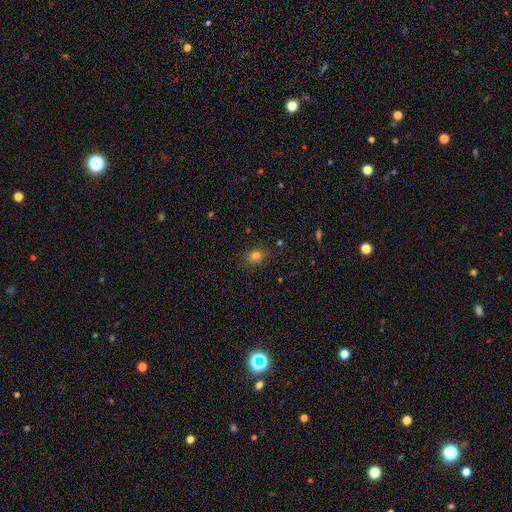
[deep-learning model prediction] Smooth or featured?
  - smooth: 79% *
  - star or artifact: 14%
  - featured or disk: 6%
How rounded?
  - round: 50% *
  - in between: 49%
  - cigar-shaped: 1%
Merging?
  - none: 83% *
  - minor disturbance: 12%
  - major disturbance: 3%
  - merger: 2%